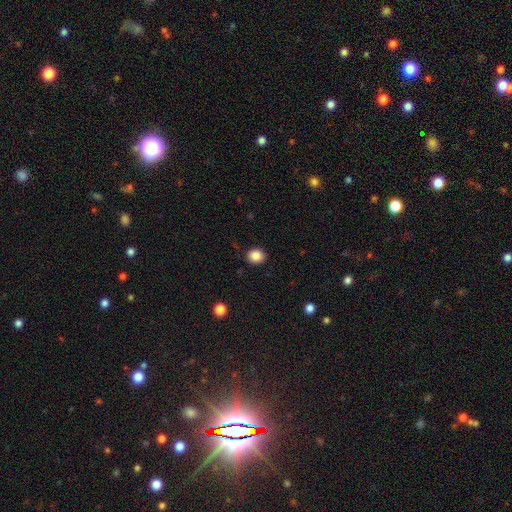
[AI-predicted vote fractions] The model was most divided on "how rounded": round: 70%, in between: 30%, cigar-shaped: 1%. More confident: merging — none (90%); smooth or featured — smooth (86%).